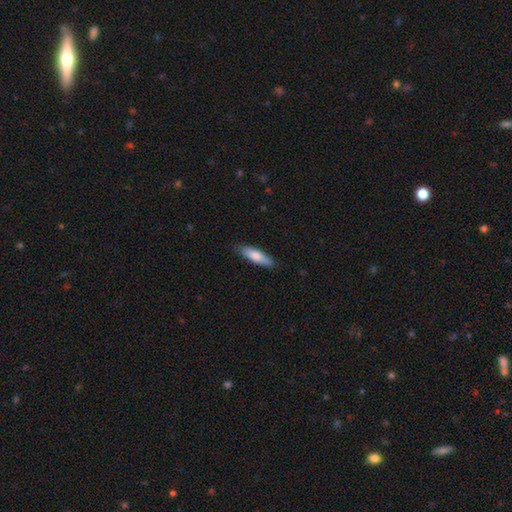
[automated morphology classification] Smooth or featured?
  - smooth: 73% *
  - featured or disk: 21%
  - star or artifact: 5%
How rounded?
  - cigar-shaped: 64% *
  - in between: 34%
  - round: 2%
Merging?
  - none: 84% *
  - minor disturbance: 13%
  - major disturbance: 2%
  - merger: 1%